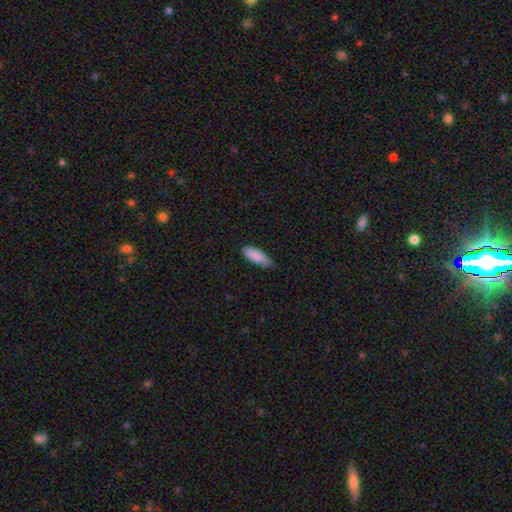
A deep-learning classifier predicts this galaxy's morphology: This appears to be a smooth galaxy with no disk features (88%) that is in between round and cigar-shaped (61%). Merging: none (71%).